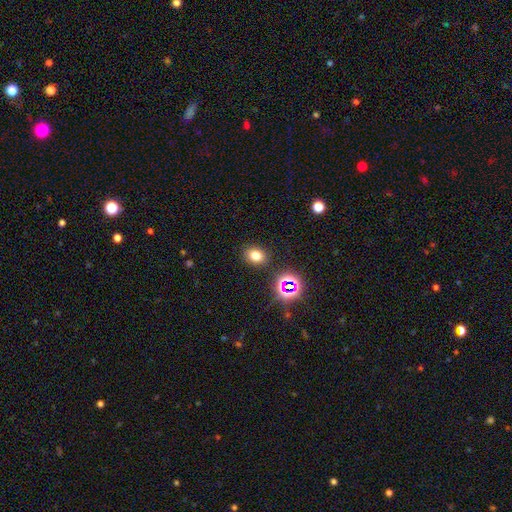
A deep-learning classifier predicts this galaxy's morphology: Smooth or featured? Predicted: smooth (p=0.73). How rounded? Predicted: in between (p=0.53). Merging? Predicted: none (p=0.86).